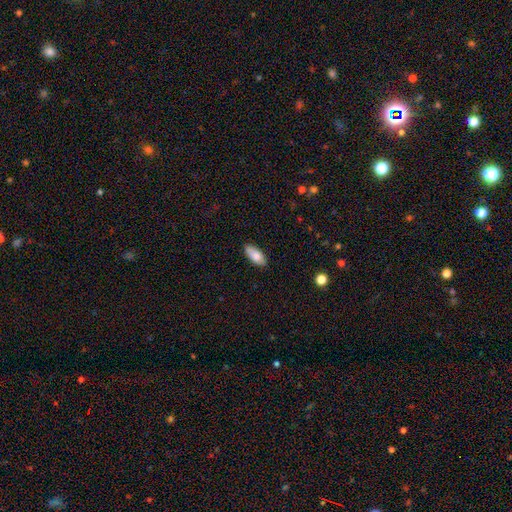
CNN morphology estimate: A smooth galaxy with no disk features (82%) that is in between round and cigar-shaped (86%). Merging: none (83%).